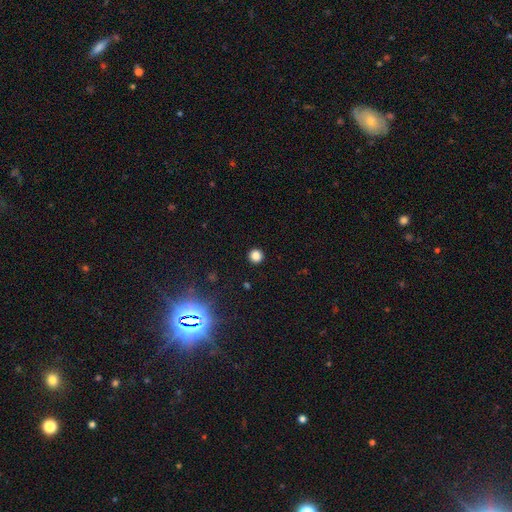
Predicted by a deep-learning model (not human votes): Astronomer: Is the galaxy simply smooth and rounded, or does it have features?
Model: smooth — 83%.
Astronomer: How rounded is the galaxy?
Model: round — 94%.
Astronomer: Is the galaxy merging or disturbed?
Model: none — 92%.